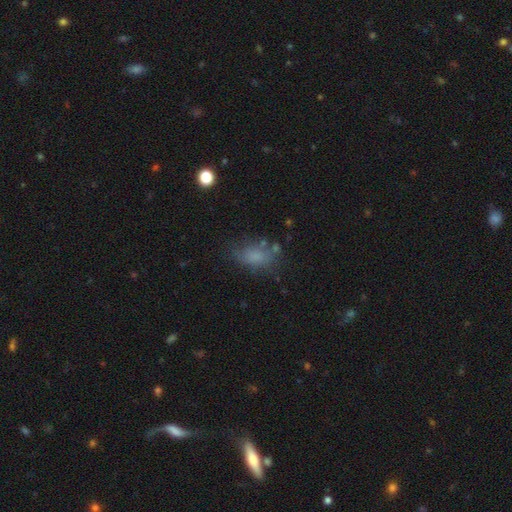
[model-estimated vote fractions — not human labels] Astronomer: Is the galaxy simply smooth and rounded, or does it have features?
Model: smooth — 74%.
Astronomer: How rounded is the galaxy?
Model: in between — 84%.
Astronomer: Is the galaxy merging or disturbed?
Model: none — 59%.